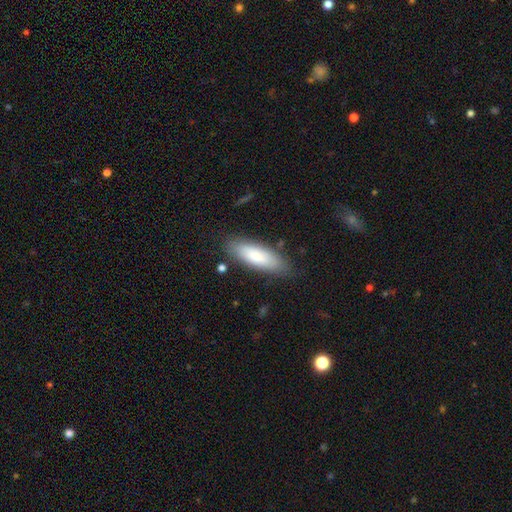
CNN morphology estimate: A smooth galaxy with no disk features (80%) that is in between round and cigar-shaped (60%).

Vote fractions:
- Smooth or featured? smooth: 80% / featured or disk: 14% / star or artifact: 6%
- How rounded? in between: 60% / cigar-shaped: 38% / round: 2%
- Merging? none: 82% / minor disturbance: 13% / major disturbance: 3% / merger: 2%